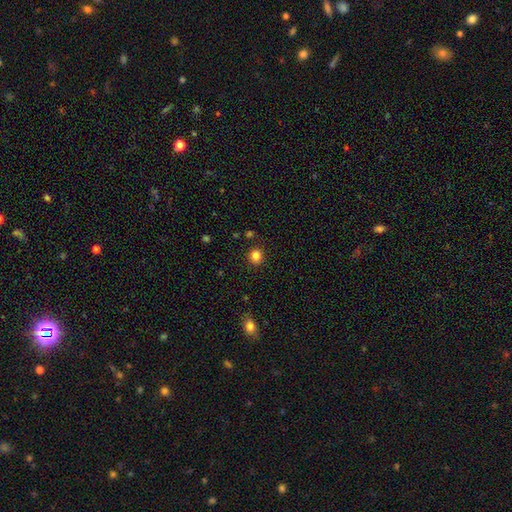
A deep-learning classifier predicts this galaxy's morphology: smooth-or-featured: smooth: 82% | star or artifact: 13% | featured or disk: 5%
  how-rounded: round: 88% | in between: 12% | cigar-shaped: 1%
  merging: none: 89% | minor disturbance: 7% | major disturbance: 2% | merger: 2%